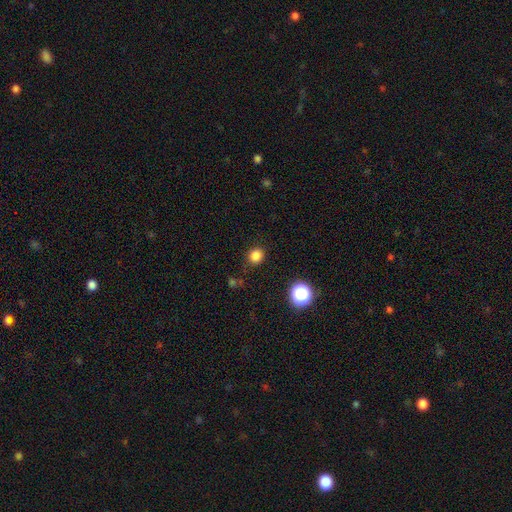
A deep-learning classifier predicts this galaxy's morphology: Smooth or featured?
  - smooth: 82% *
  - star or artifact: 14%
  - featured or disk: 4%
How rounded?
  - round: 83% *
  - in between: 16%
  - cigar-shaped: 1%
Merging?
  - none: 87% *
  - minor disturbance: 9%
  - major disturbance: 3%
  - merger: 2%